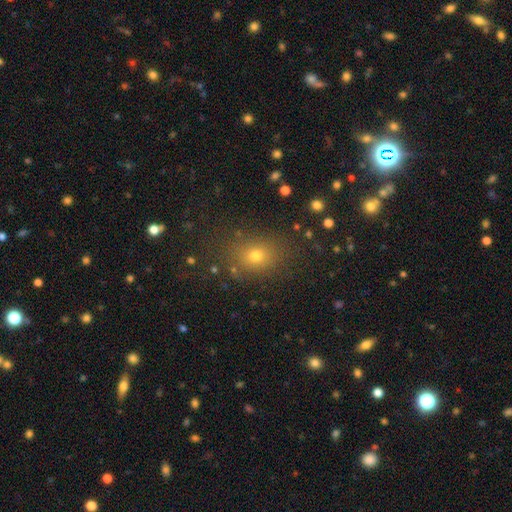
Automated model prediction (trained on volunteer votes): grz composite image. It shows a smooth galaxy with no disk features (71%) that is round (55%). Merging: none (82%).